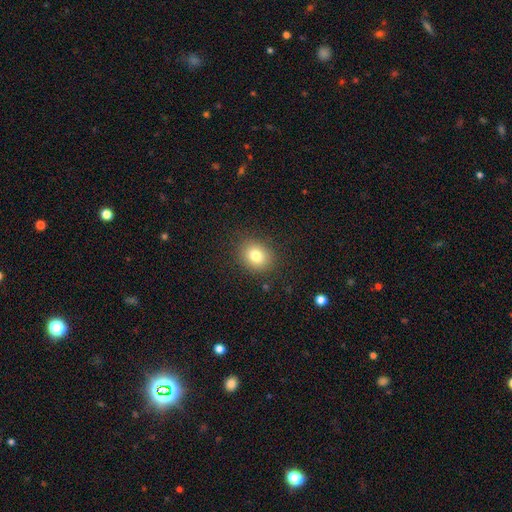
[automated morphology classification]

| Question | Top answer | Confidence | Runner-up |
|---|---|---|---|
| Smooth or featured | smooth | 80% | star or artifact (11%) |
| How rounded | round | 59% | in between (41%) |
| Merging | none | 87% | minor disturbance (9%) |